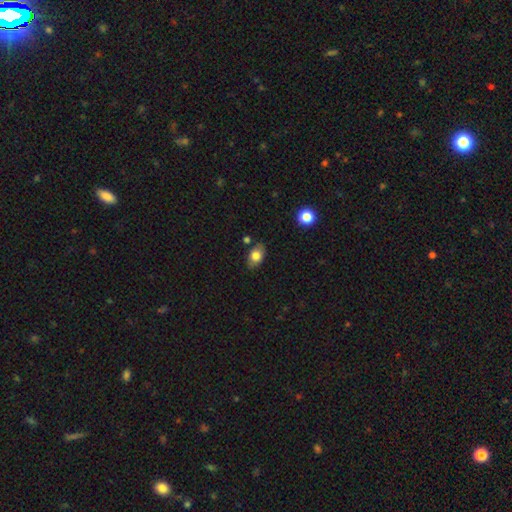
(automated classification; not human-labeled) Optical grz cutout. It shows a smooth galaxy with no disk features (77%) that is in between round and cigar-shaped (82%). Merging: none (77%).